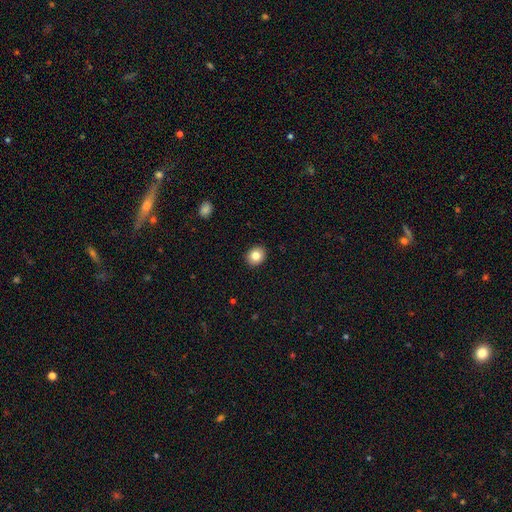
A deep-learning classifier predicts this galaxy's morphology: A smooth galaxy with no disk features (83%) that is round (67%). Merging: none (91%).